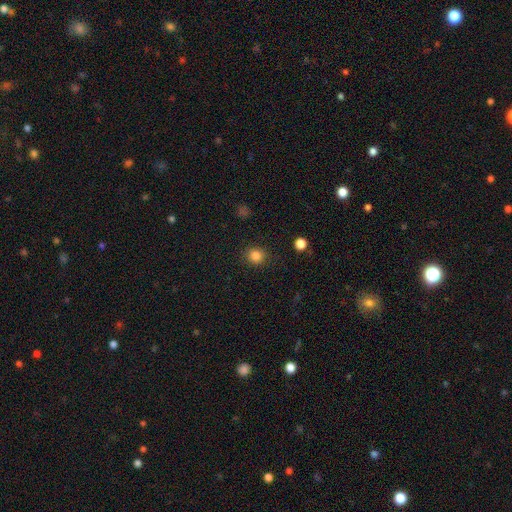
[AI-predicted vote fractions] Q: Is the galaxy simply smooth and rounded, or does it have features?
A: smooth — 84%.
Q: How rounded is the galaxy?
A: round — 86%.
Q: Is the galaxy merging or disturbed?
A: none — 88%.